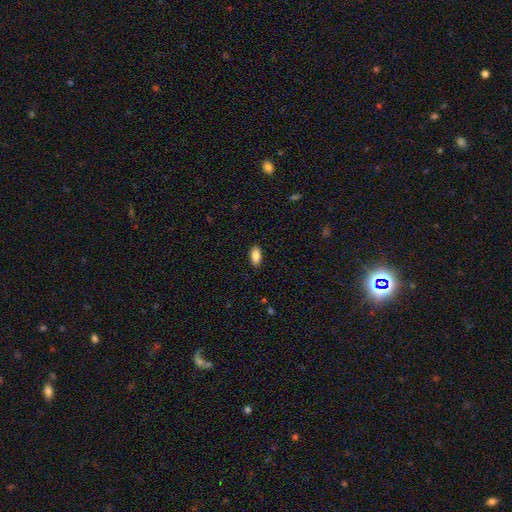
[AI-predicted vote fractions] This is clearly a smooth galaxy (85%). How rounded: clearly in between (90%). Merging: clearly none (89%).